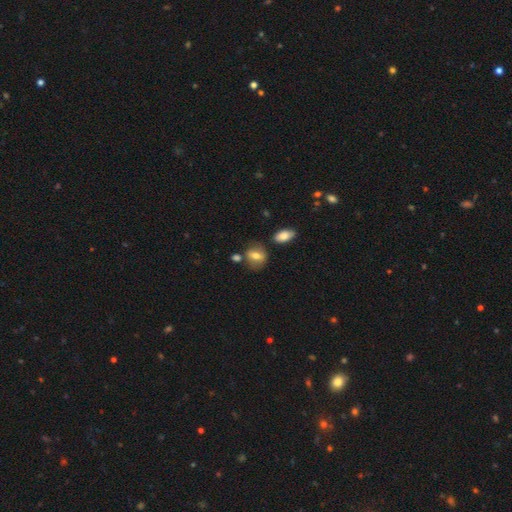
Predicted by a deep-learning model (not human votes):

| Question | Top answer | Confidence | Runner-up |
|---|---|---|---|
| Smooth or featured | smooth | 66% | featured or disk (24%) |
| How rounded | in between | 57% | round (40%) |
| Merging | none | 64% | minor disturbance (18%) |